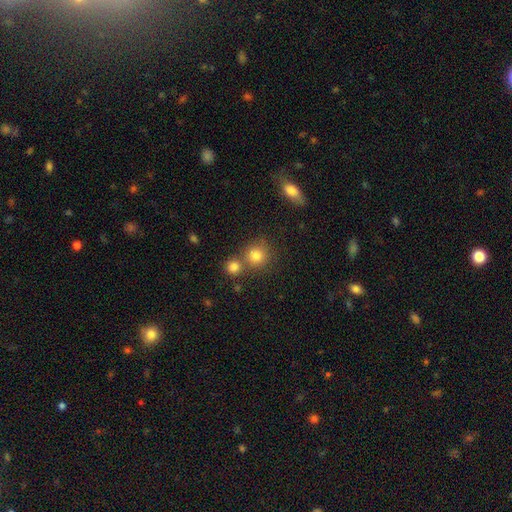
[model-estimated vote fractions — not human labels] Smooth or featured? Predicted: smooth (p=0.80). How rounded? Predicted: round (p=0.88). Merging? Predicted: none (p=0.62).